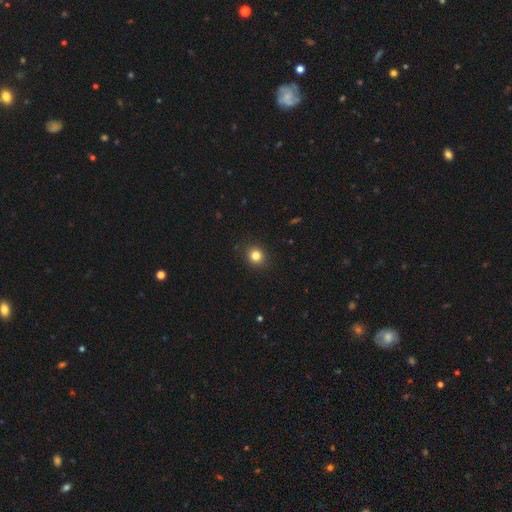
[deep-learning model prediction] smooth 83%, star or artifact 12%, featured or disk 5%. Down the decision tree: how rounded — round (81%); merging — none (91%).